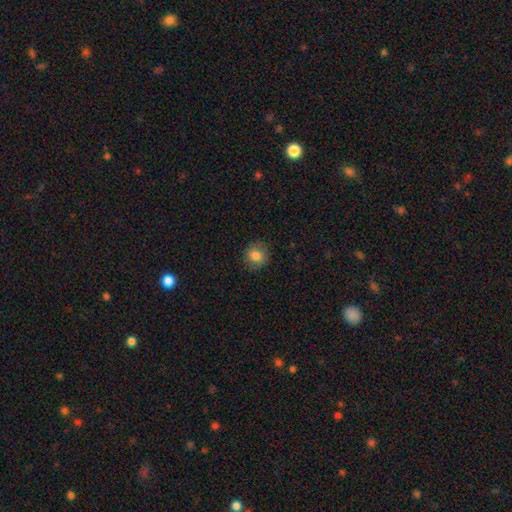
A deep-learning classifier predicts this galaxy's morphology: smooth_or_featured: smooth (p=0.82) [alt: star or artifact p=0.10]
how_rounded: round (p=0.86) [alt: in between p=0.13]
merging: none (p=0.87) [alt: minor disturbance p=0.10]